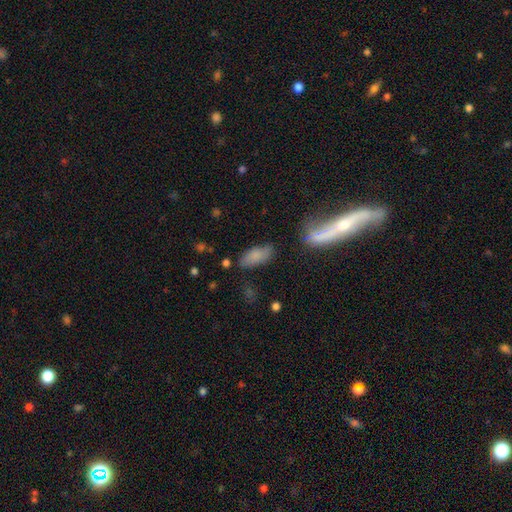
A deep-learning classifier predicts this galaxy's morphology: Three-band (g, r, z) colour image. It shows a smooth galaxy with no disk features (80%) that is in between round and cigar-shaped (86%). Merging: none (71%).